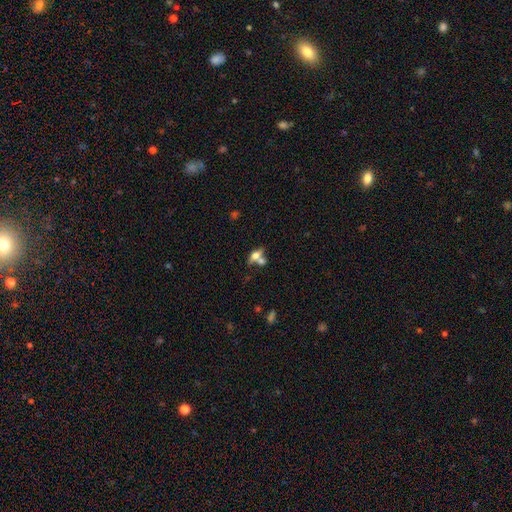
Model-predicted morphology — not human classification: A smooth galaxy with no disk features (51%) that is in between round and cigar-shaped (68%).

Vote fractions:
- Smooth or featured? smooth: 51% / featured or disk: 38% / star or artifact: 10%
- How rounded? in between: 68% / cigar-shaped: 19% / round: 13%
- Merging? merger: 43% / none: 41% / minor disturbance: 10% / major disturbance: 6%